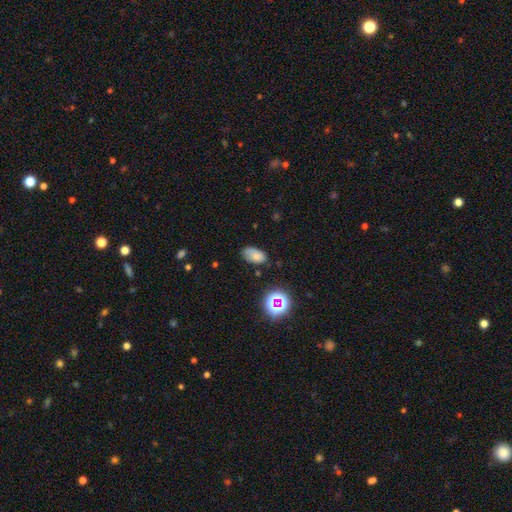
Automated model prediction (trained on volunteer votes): A smooth galaxy with no disk features (72%) that is in between round and cigar-shaped (92%). Merging: none (67%).